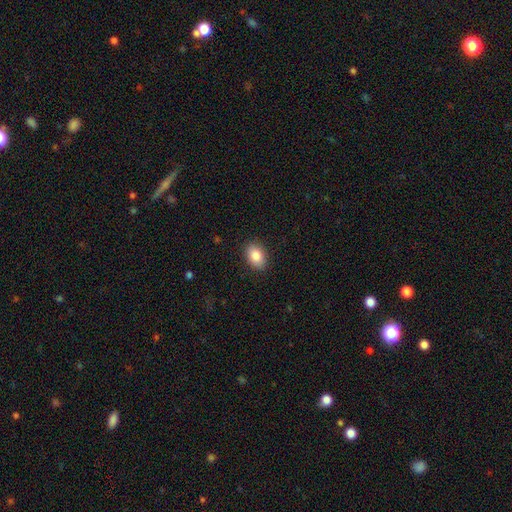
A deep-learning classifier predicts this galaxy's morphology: A smooth galaxy with no disk features (87%) that is in between round and cigar-shaped (85%). Merging: none (88%).